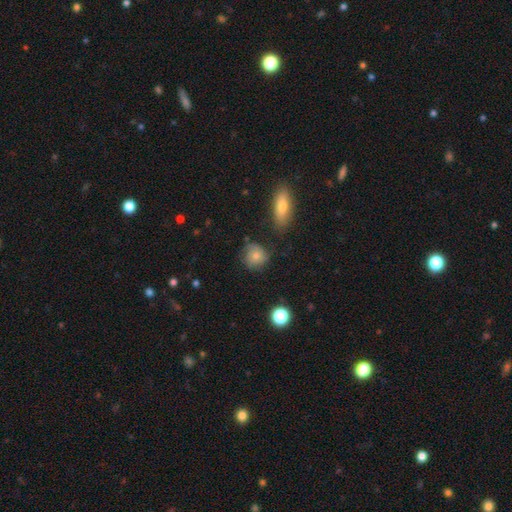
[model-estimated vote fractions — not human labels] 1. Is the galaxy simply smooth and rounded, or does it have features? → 67% smooth, 23% featured or disk, 10% star or artifact.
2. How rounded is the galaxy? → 82% round, 16% in between, 2% cigar-shaped.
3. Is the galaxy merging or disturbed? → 68% none, 22% minor disturbance, 7% major disturbance, 4% merger.